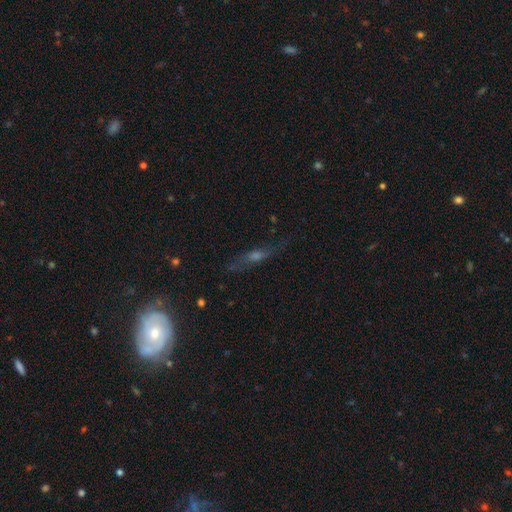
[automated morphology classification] smooth_or_featured: featured or disk (p=0.50) [alt: smooth p=0.29]
merging: none (p=0.70) [alt: minor disturbance p=0.17]